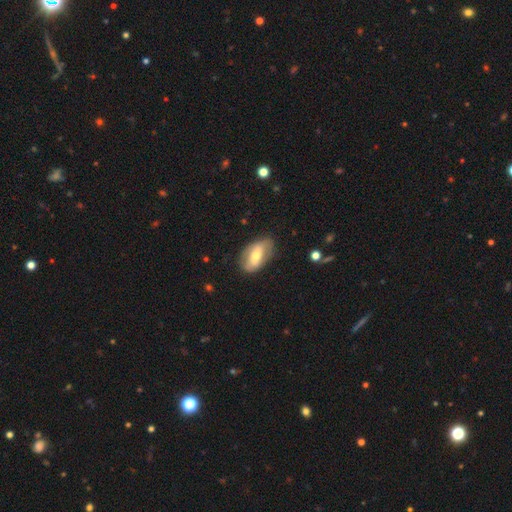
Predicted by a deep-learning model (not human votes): Smooth or featured? Predicted: smooth (p=0.48). Merging? Predicted: none (p=0.74).